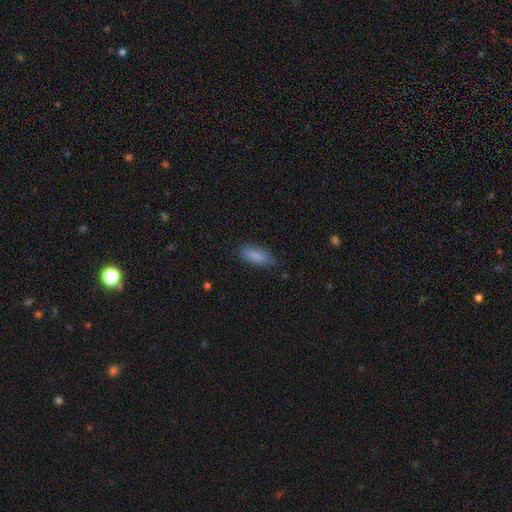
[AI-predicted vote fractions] Morphology: type=smooth (86%); roundness=in between (75%); merging=none (74%).